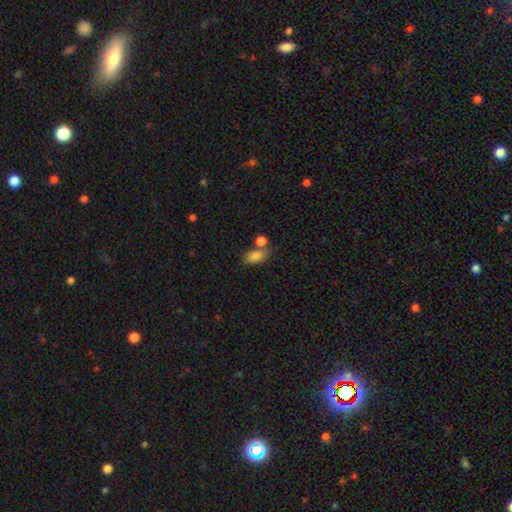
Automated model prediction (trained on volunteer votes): smooth 83%, star or artifact 10%, featured or disk 8%. Down the decision tree: how rounded — in between (87%); merging — none (55%).